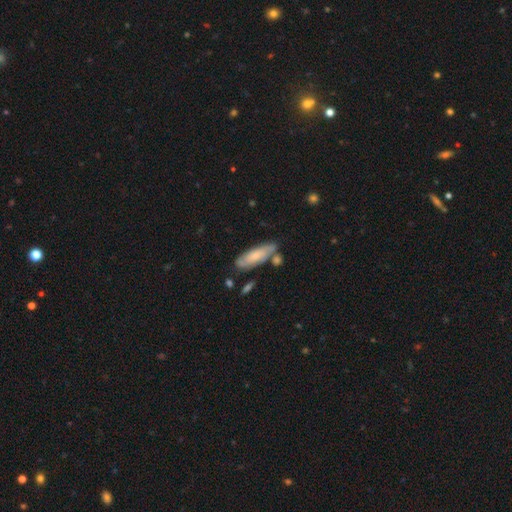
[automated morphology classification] This appears to be a smooth galaxy with no disk features (62%) that is in between round and cigar-shaped (56%). Merging: none (66%).